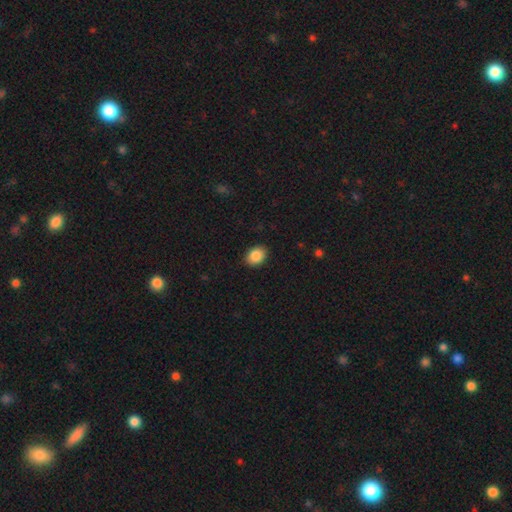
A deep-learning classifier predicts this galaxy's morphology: A smooth galaxy with no disk features (87%) that is in between round and cigar-shaped (66%). Merging: none (89%).